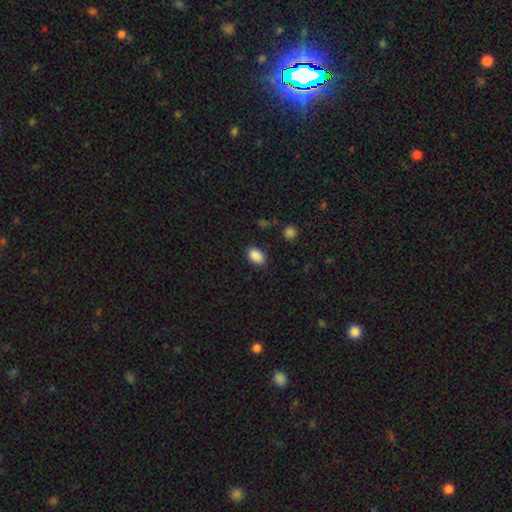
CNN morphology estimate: This is clearly a smooth galaxy (88%). How rounded: clearly in between (83%). Merging: clearly none (82%).